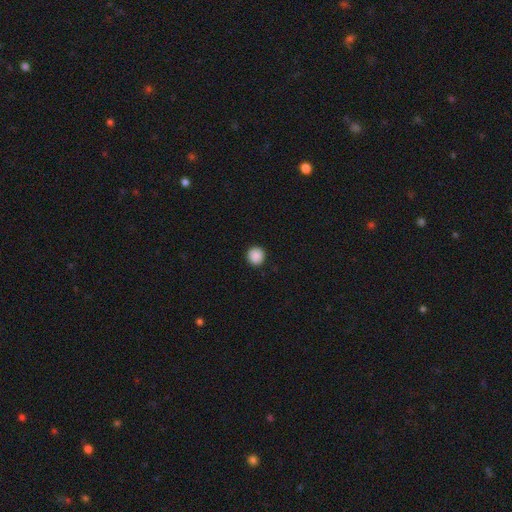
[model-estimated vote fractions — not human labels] Overall: smooth (89%). How rounded: round (95%). Merging: none (93%).